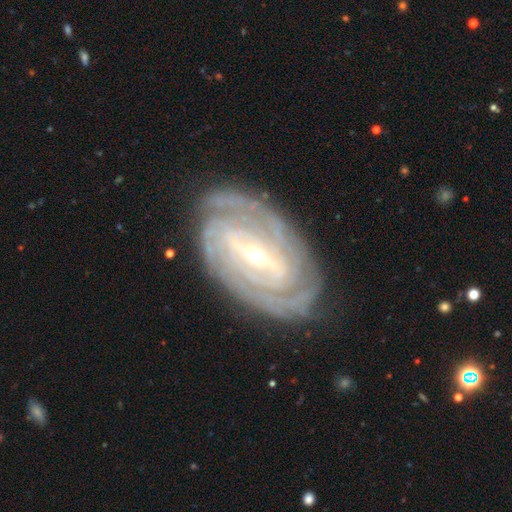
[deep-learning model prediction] smooth_or_featured: featured or disk (p=0.91) [alt: smooth p=0.05]
disk_edge_on: no (p=0.96) [alt: yes p=0.04]
bar: strong (p=0.50) [alt: weak p=0.36]
has_spiral_arms: yes (p=0.97) [alt: no p=0.03]
spiral_winding: tight (p=0.77) [alt: medium p=0.20]
spiral_arm_count: 2 (p=0.24) [alt: can't tell p=0.22]
bulge_size: small (p=0.66) [alt: moderate p=0.31]
merging: none (p=0.81) [alt: minor disturbance p=0.13]